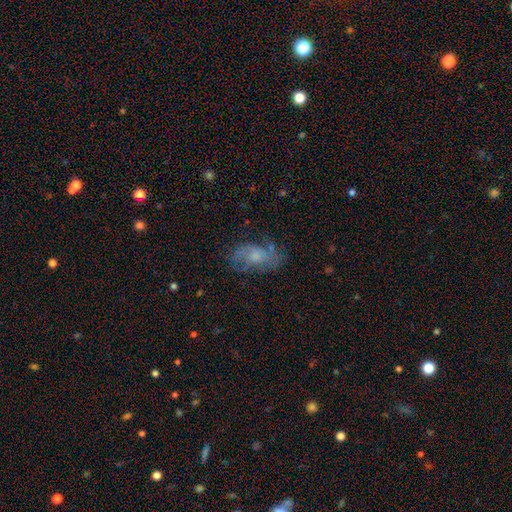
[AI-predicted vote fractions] Overall: featured or disk (52%; smooth 38%). Edge-on disk: no (94%). Merging: none (59%; minor disturbance 24%).